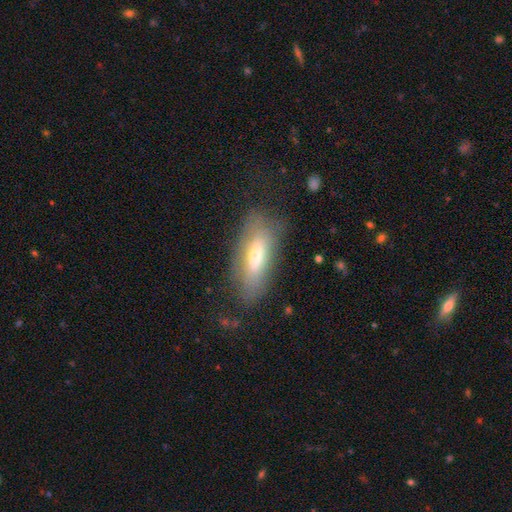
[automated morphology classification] The model was most divided on "how rounded": in between: 61%, cigar-shaped: 36%, round: 2%. More confident: merging — none (70%); smooth or featured — smooth (58%).